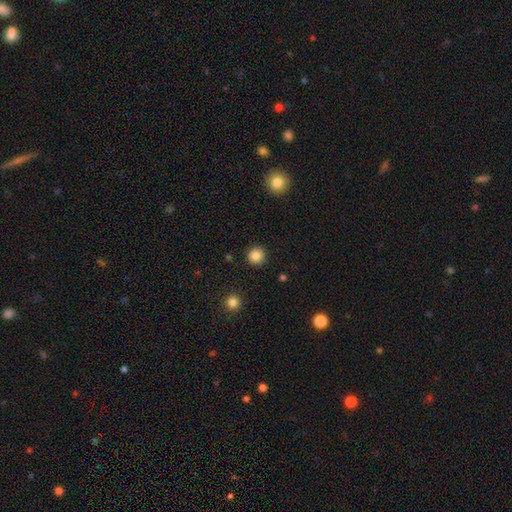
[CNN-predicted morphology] smooth 86%, star or artifact 10%, featured or disk 4%. Down the decision tree: how rounded — round (95%); merging — none (92%).